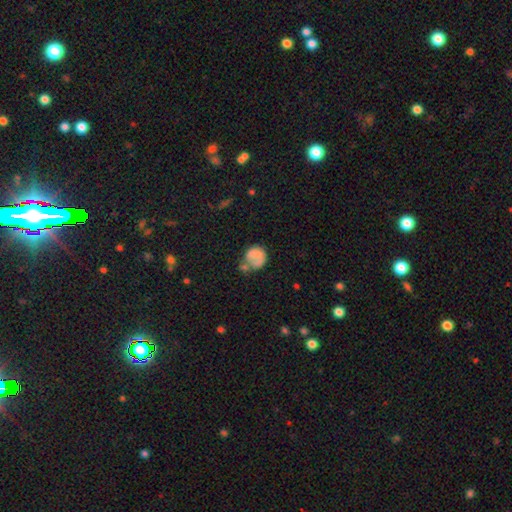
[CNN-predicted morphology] smooth_or_featured: smooth (p=0.66) [alt: featured or disk p=0.25]
how_rounded: round (p=0.75) [alt: in between p=0.24]
merging: none (p=0.39) [alt: minor disturbance p=0.25]